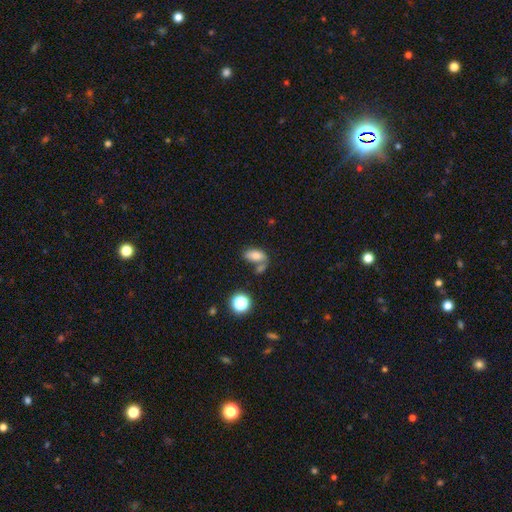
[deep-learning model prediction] A smooth galaxy with no disk features (77%) that is in between round and cigar-shaped (89%). Merging: none (41%).